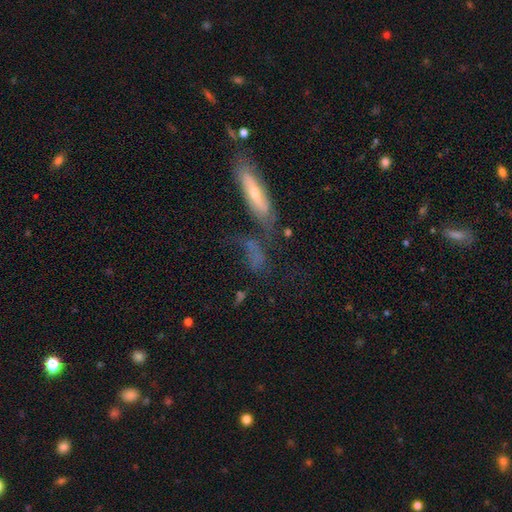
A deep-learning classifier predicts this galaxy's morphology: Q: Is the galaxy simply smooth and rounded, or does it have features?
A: smooth — 44%.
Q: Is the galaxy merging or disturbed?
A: none — 40%.